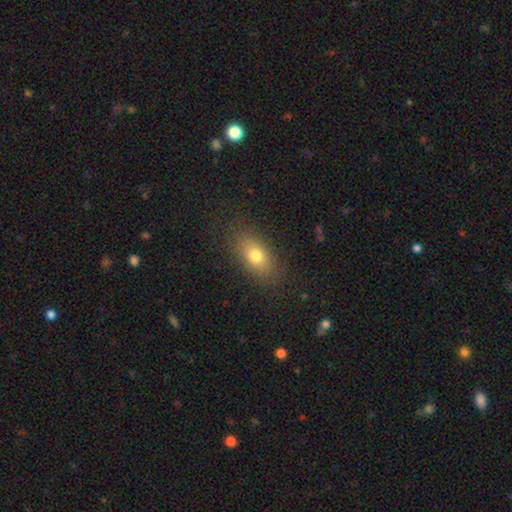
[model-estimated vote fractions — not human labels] Smooth or featured? Predicted: smooth (p=0.75). How rounded? Predicted: in between (p=0.83). Merging? Predicted: none (p=0.84).